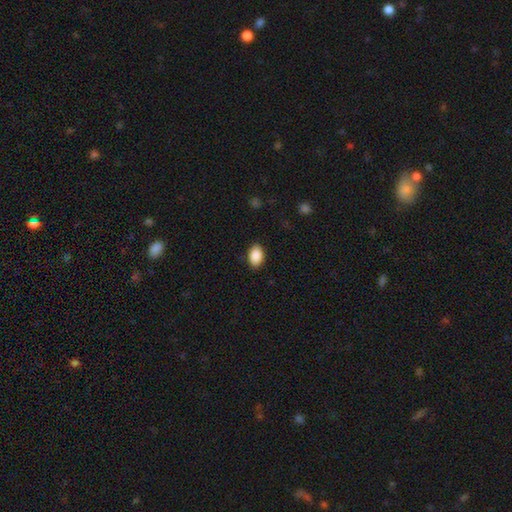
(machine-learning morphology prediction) smooth-or-featured: smooth: 90% | star or artifact: 7% | featured or disk: 3%
  how-rounded: in between: 88% | round: 11% | cigar-shaped: 1%
  merging: none: 86% | minor disturbance: 10% | major disturbance: 2% | merger: 1%